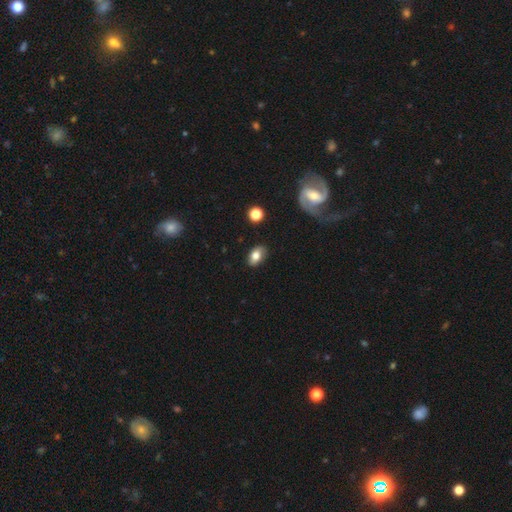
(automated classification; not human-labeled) Morphology: type=smooth (78%); roundness=in between (89%); merging=none (83%).